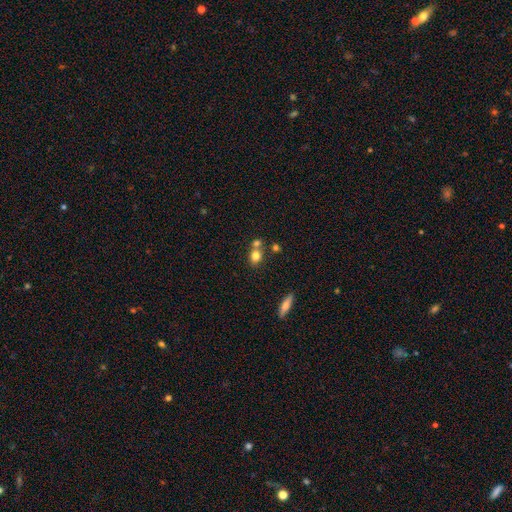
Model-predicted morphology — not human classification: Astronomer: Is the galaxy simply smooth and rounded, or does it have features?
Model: smooth — 77%.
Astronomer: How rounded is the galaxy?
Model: round — 62%.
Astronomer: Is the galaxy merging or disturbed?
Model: none — 48% (runner-up: merger, 39%).